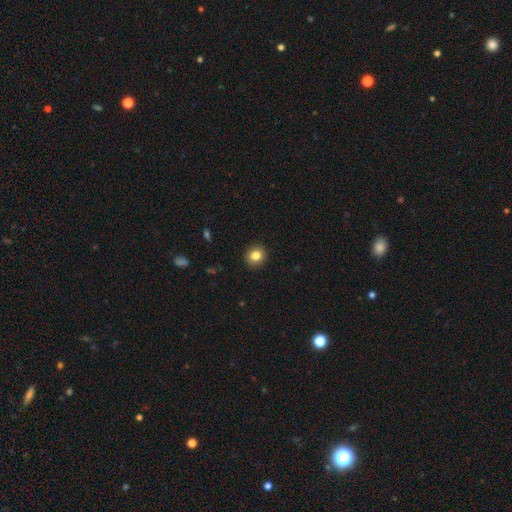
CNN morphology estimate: Smooth or featured?
  - smooth: 83% *
  - star or artifact: 10%
  - featured or disk: 7%
How rounded?
  - round: 82% *
  - in between: 17%
  - cigar-shaped: 1%
Merging?
  - none: 92% *
  - minor disturbance: 6%
  - major disturbance: 2%
  - merger: 1%